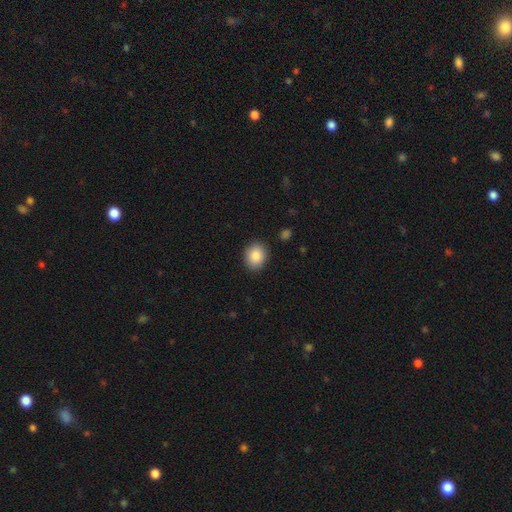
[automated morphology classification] smooth_or_featured: smooth (p=0.88) [alt: star or artifact p=0.08]
how_rounded: round (p=0.55) [alt: in between p=0.44]
merging: none (p=0.88) [alt: minor disturbance p=0.08]